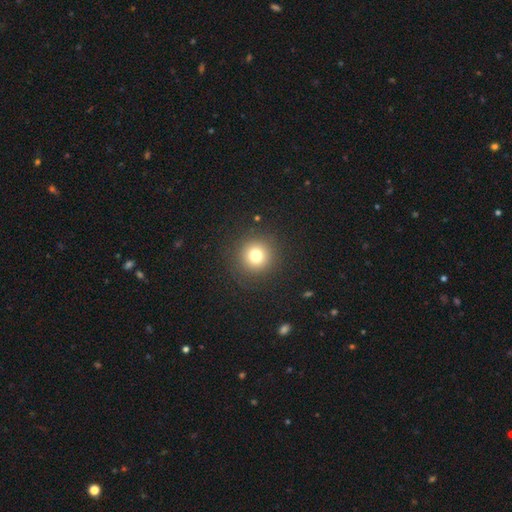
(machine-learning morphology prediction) This appears to be a smooth galaxy with no disk features (77%) that is round (95%). Merging: none (90%).